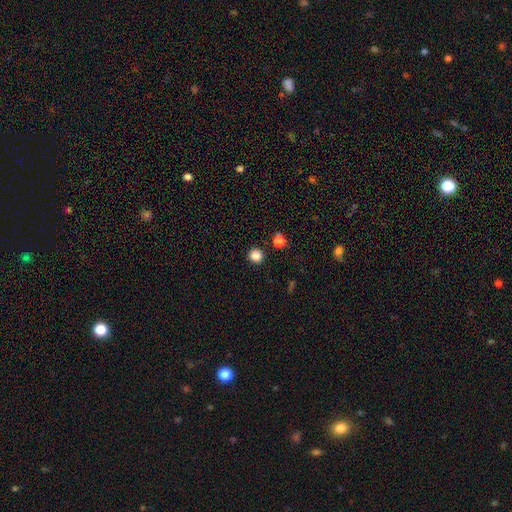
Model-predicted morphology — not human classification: Q: Smooth or featured?
A: smooth (85%); runner-up: star or artifact (12%)
Q: How rounded?
A: round (93%); runner-up: in between (6%)
Q: Merging?
A: none (90%); runner-up: minor disturbance (5%)